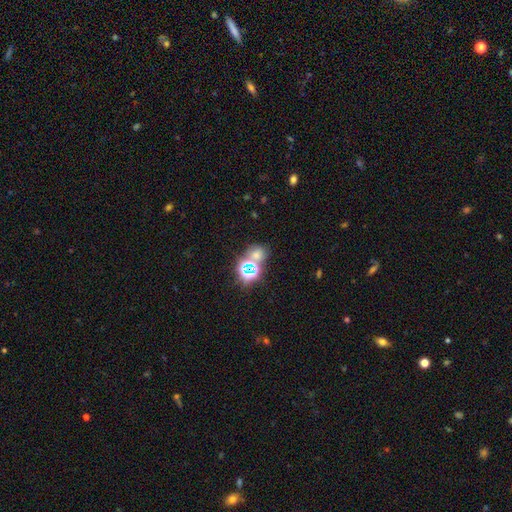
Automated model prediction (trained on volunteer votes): This is possibly a star or artifact rather than a galaxy (55%).